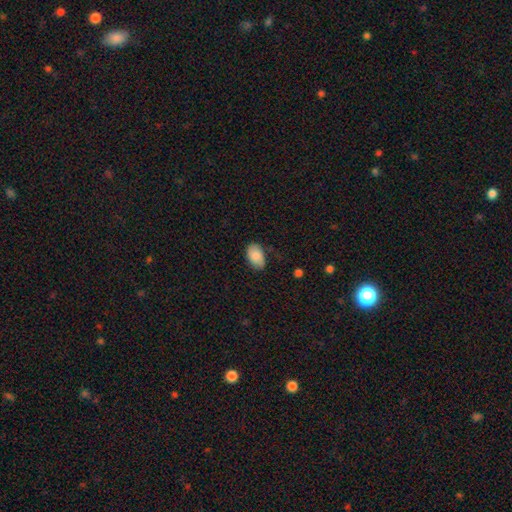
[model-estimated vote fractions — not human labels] This is clearly a smooth galaxy (84%). How rounded: clearly in between (92%). Merging: likely none (74%).